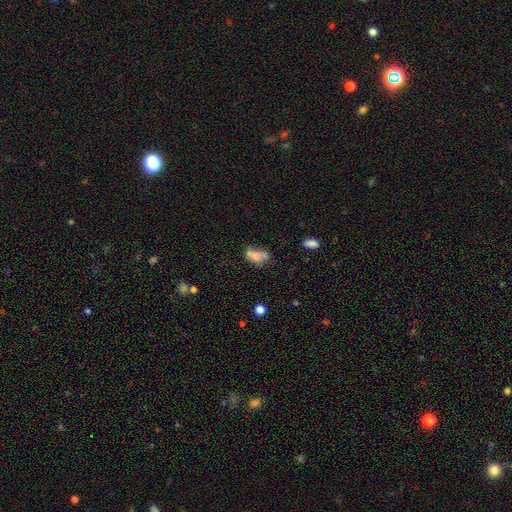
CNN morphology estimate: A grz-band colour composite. It shows a smooth galaxy with no disk features (60%) that is in between round and cigar-shaped (85%). Merging: none (36%).